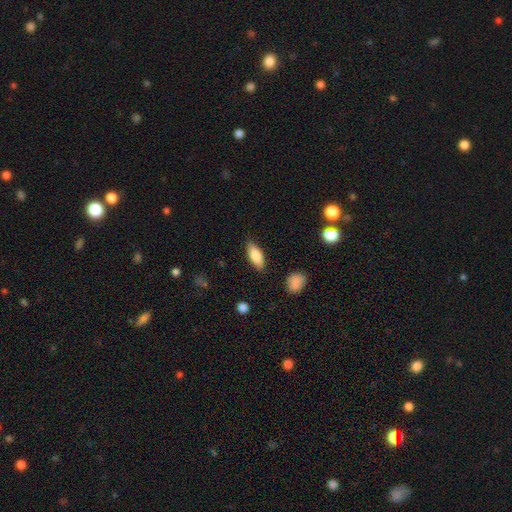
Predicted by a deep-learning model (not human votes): Q: Smooth or featured?
A: smooth (82%); runner-up: featured or disk (12%)
Q: How rounded?
A: in between (76%); runner-up: cigar-shaped (22%)
Q: Merging?
A: none (83%); runner-up: minor disturbance (12%)